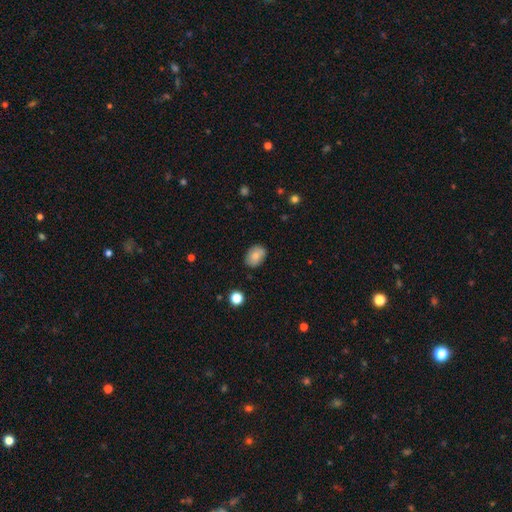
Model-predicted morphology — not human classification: The model was most divided on "how rounded": in between: 78%, round: 21%, cigar-shaped: 1%. More confident: smooth or featured — smooth (81%); merging — none (81%).